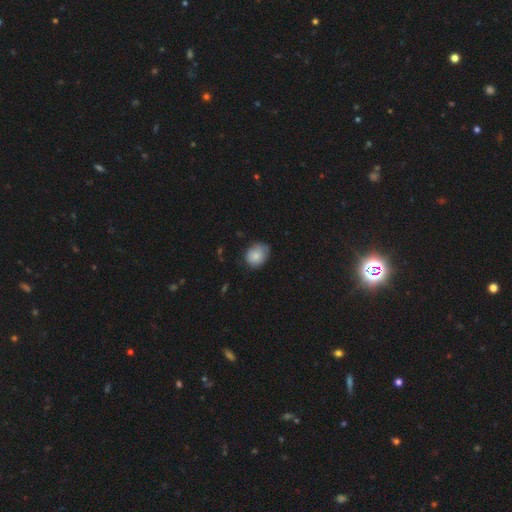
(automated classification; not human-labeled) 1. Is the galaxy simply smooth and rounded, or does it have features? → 80% smooth, 12% featured or disk, 8% star or artifact.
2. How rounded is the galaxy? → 55% round, 44% in between, 1% cigar-shaped.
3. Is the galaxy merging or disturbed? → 61% none, 32% minor disturbance, 6% major disturbance, 1% merger.